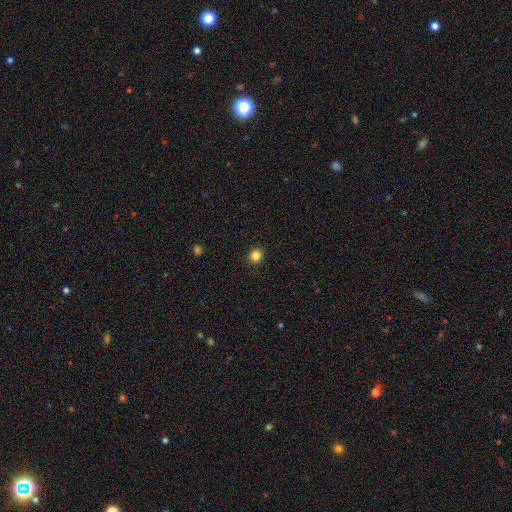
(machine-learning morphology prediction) type=smooth (84%); roundness=round (80%); merging=none (92%).